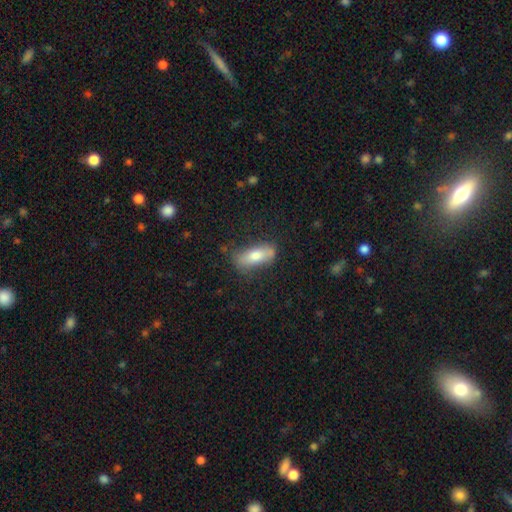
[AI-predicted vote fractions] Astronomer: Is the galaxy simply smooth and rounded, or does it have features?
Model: smooth — 68%.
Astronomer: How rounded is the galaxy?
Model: in between — 68%.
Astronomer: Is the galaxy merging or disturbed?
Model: none — 72%.